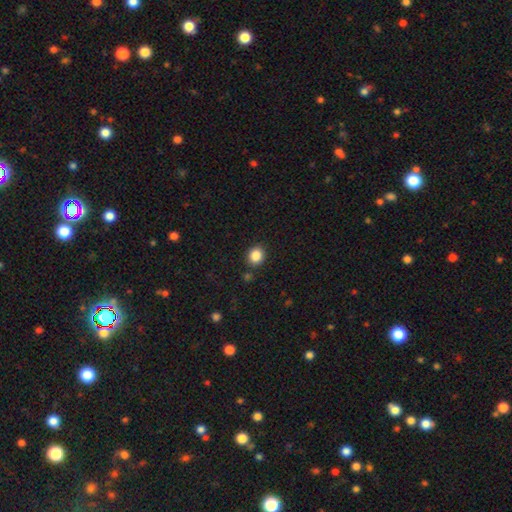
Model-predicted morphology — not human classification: This is clearly a smooth galaxy (86%). How rounded: likely round (72%). Merging: clearly none (86%).